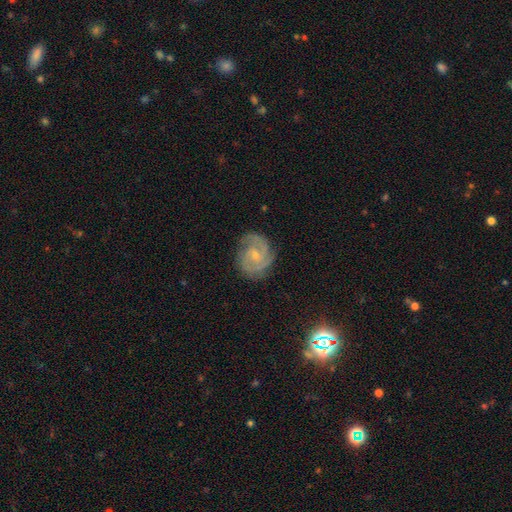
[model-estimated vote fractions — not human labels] smooth_or_featured: featured or disk (p=0.85) [alt: smooth p=0.09]
disk_edge_on: no (p=0.98) [alt: yes p=0.02]
bar: no (p=0.53) [alt: weak p=0.40]
has_spiral_arms: yes (p=0.97) [alt: no p=0.03]
spiral_winding: tight (p=0.56) [alt: medium p=0.37]
spiral_arm_count: 2 (p=0.42) [alt: 3 p=0.30]
bulge_size: small (p=0.70) [alt: moderate p=0.24]
merging: none (p=0.77) [alt: minor disturbance p=0.17]